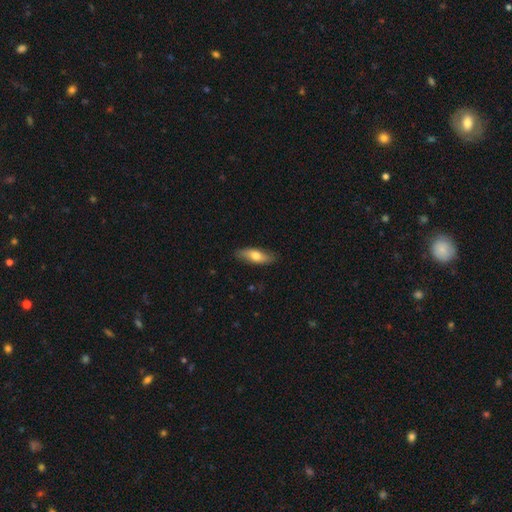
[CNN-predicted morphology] Smooth or featured?
  - smooth: 65% *
  - featured or disk: 29%
  - star or artifact: 6%
How rounded?
  - in between: 63% *
  - cigar-shaped: 34%
  - round: 3%
Merging?
  - none: 84% *
  - minor disturbance: 13%
  - major disturbance: 2%
  - merger: 1%